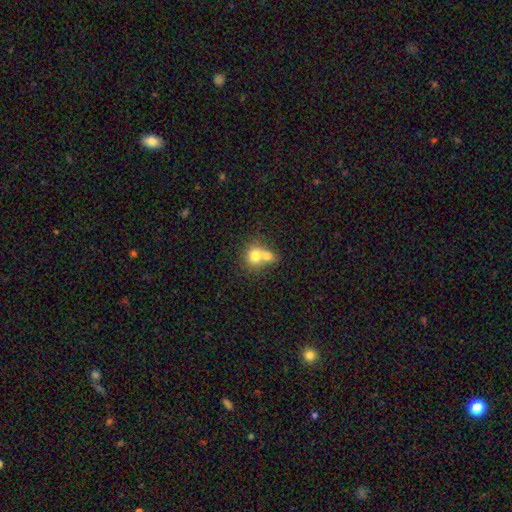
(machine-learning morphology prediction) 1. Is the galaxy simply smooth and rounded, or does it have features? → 74% smooth, 16% featured or disk, 10% star or artifact.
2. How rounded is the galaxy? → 69% round, 30% in between, 1% cigar-shaped.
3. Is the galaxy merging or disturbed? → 66% merger, 24% none, 6% minor disturbance, 3% major disturbance.